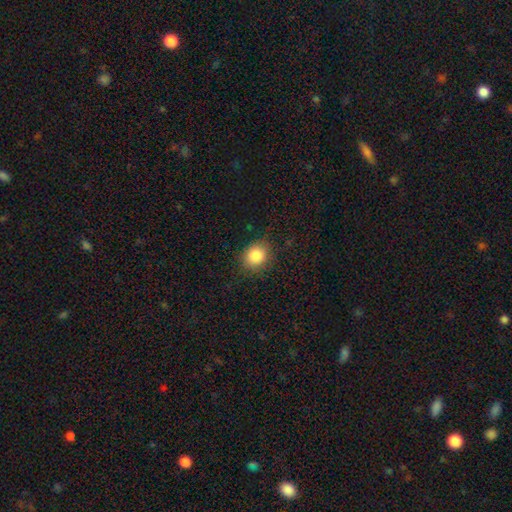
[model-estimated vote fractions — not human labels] Smooth or featured: smooth — 85% (star or artifact — 10%)
How rounded: round — 69% (in between — 30%)
Merging: none — 85% (minor disturbance — 11%)